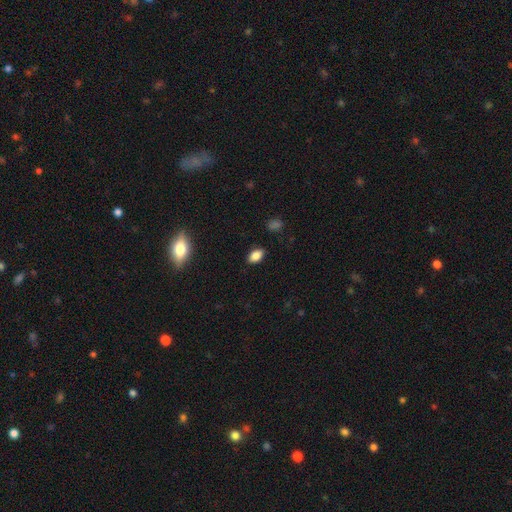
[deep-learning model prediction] This is clearly a smooth galaxy (86%). How rounded: clearly in between (89%). Merging: clearly none (87%).